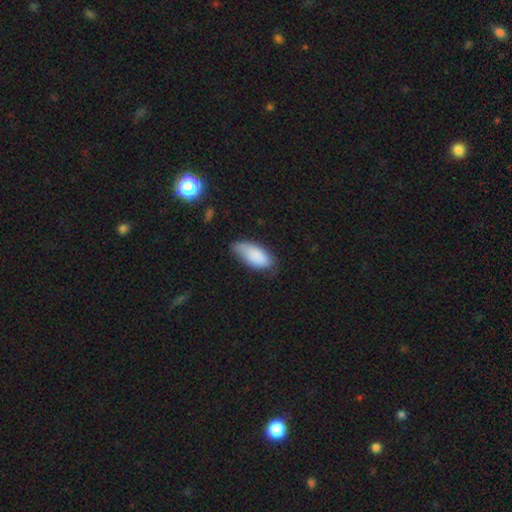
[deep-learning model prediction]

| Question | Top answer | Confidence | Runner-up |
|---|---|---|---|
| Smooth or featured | smooth | 85% | featured or disk (9%) |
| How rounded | in between | 88% | cigar-shaped (10%) |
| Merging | none | 50% | minor disturbance (38%) |